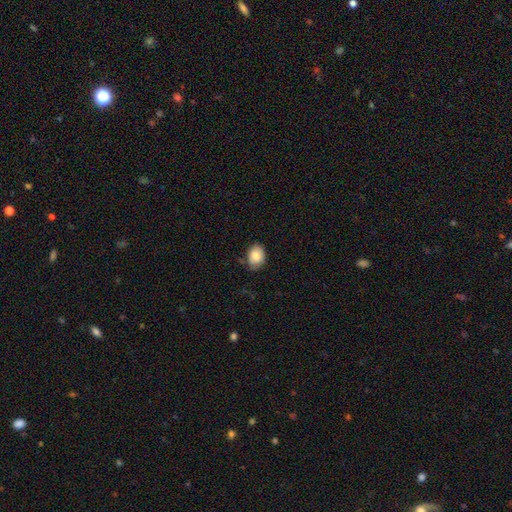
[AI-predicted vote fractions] smooth-or-featured: smooth: 81% | featured or disk: 11% | star or artifact: 8%
  how-rounded: in between: 66% | round: 33% | cigar-shaped: 1%
  merging: none: 75% | minor disturbance: 20% | major disturbance: 3% | merger: 2%